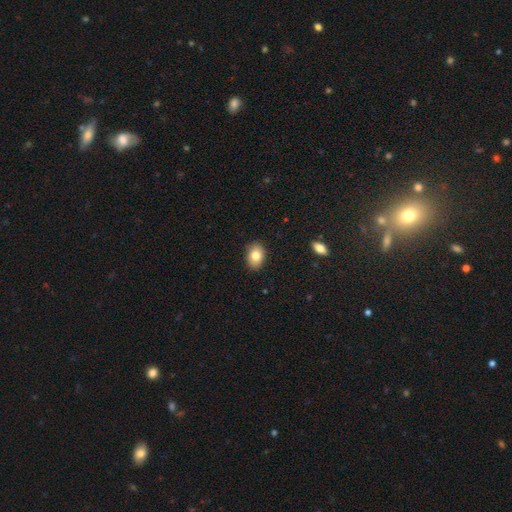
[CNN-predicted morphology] Smooth or featured: smooth — 81% (featured or disk — 11%)
How rounded: in between — 81% (round — 18%)
Merging: none — 88% (minor disturbance — 9%)